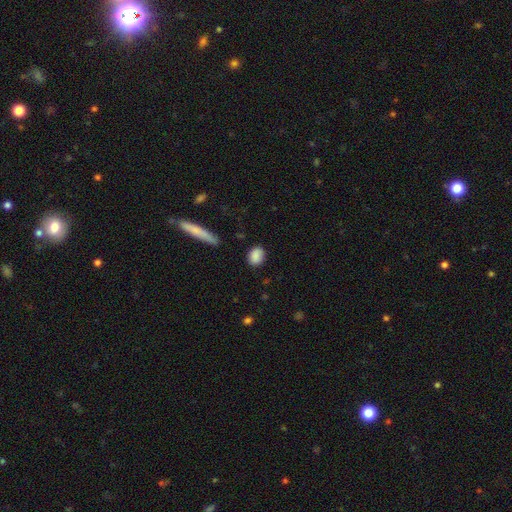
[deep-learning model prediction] Morphology: type=smooth (87%); roundness=in between (59%); merging=none (85%).